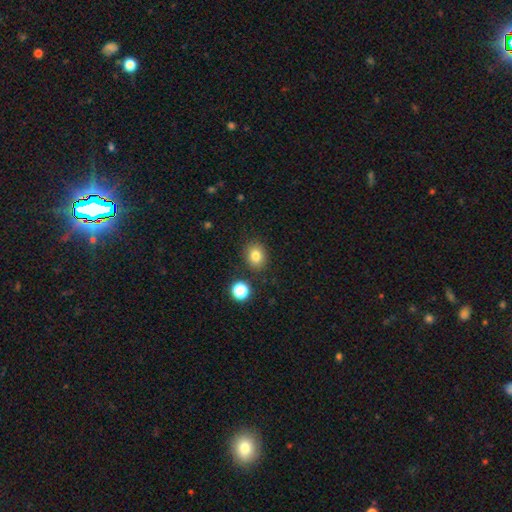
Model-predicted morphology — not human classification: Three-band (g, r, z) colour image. It shows a smooth galaxy with no disk features (81%) that is round (58%). Merging: none (85%).